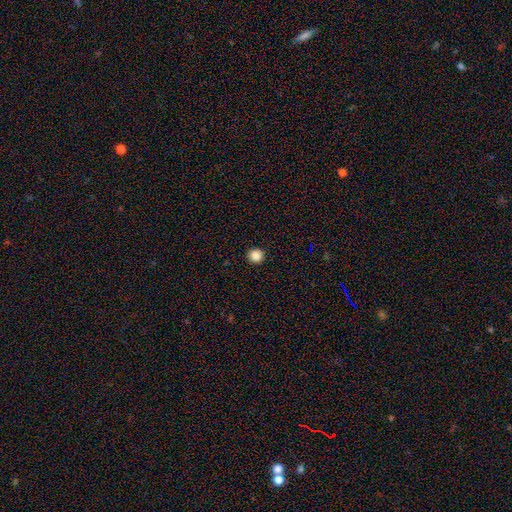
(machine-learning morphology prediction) Q: Smooth or featured?
A: smooth (86%); runner-up: star or artifact (10%)
Q: How rounded?
A: round (94%); runner-up: in between (5%)
Q: Merging?
A: none (93%); runner-up: minor disturbance (5%)